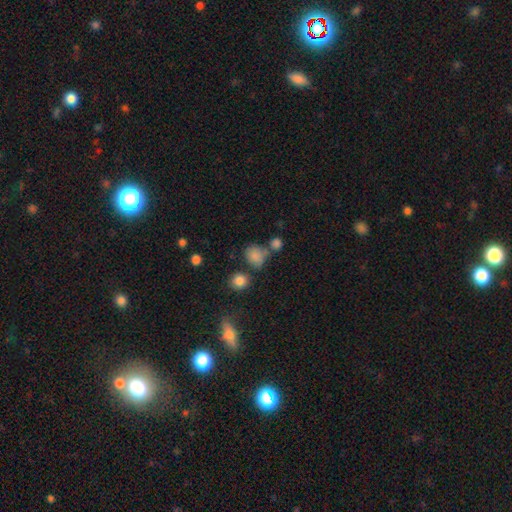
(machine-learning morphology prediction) The model was most divided on "how rounded": round: 58%, in between: 41%, cigar-shaped: 1%. More confident: smooth or featured — smooth (80%); merging — none (53%).